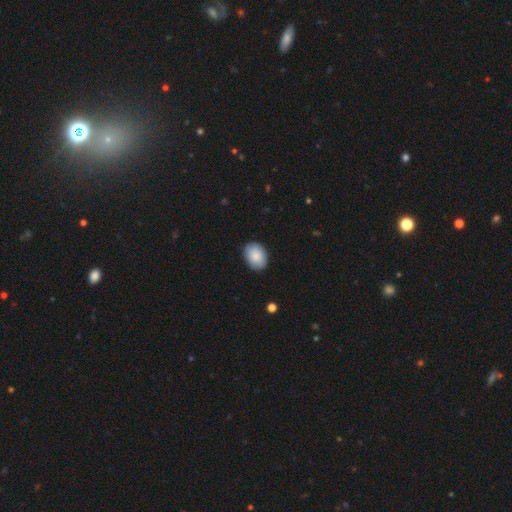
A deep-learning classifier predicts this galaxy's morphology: Smooth or featured? smooth (88%)
How rounded? in between (71%)
Merging? none (87%)